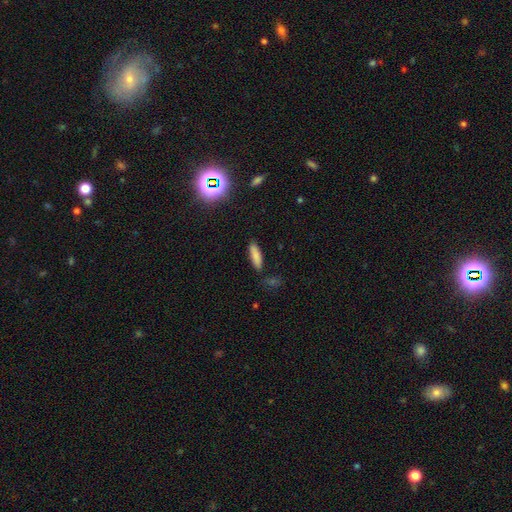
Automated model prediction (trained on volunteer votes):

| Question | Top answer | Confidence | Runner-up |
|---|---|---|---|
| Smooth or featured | smooth | 83% | star or artifact (9%) |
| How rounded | cigar-shaped | 60% | in between (38%) |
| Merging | none | 83% | minor disturbance (12%) |